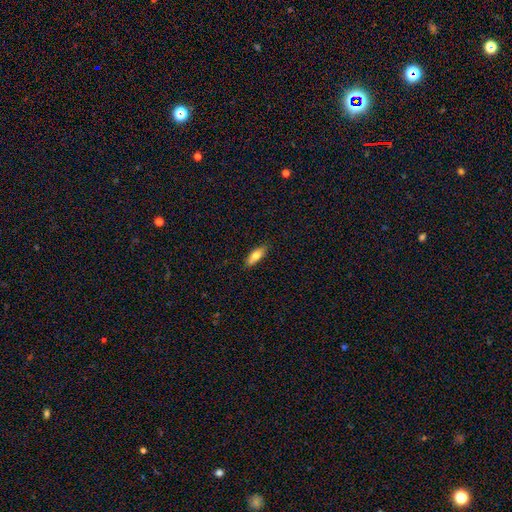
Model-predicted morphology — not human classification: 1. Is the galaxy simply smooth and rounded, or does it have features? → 73% smooth, 20% featured or disk, 7% star or artifact.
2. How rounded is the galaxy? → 63% in between, 34% cigar-shaped, 2% round.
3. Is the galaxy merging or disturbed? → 86% none, 11% minor disturbance, 2% major disturbance, 1% merger.